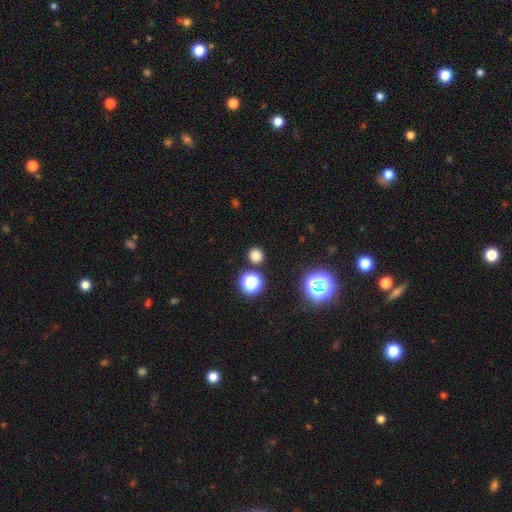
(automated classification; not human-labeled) A smooth galaxy with no disk features (76%) that is round (91%).

Vote fractions:
- Smooth or featured? smooth: 76% / star or artifact: 20% / featured or disk: 4%
- How rounded? round: 91% / in between: 8% / cigar-shaped: 1%
- Merging? none: 89% / minor disturbance: 6% / merger: 3% / major disturbance: 2%